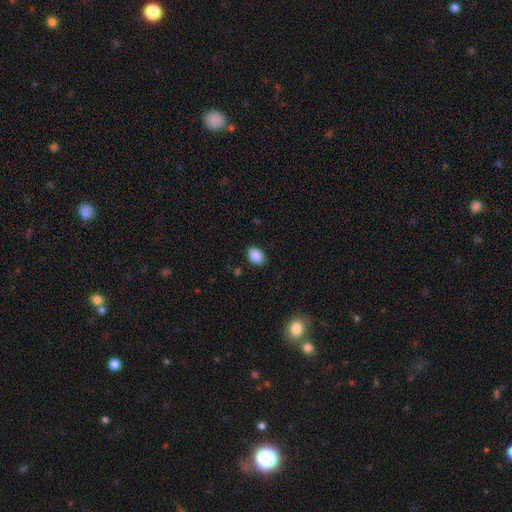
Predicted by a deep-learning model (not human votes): This is clearly a smooth galaxy (89%). How rounded: likely in between (76%). Merging: clearly none (85%).